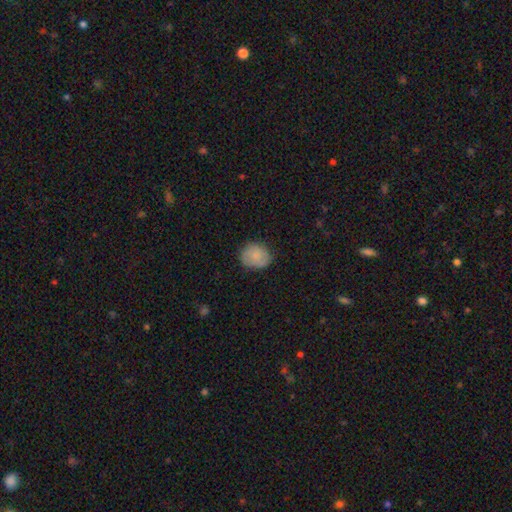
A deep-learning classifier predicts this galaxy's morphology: A smooth galaxy with no disk features (81%) that is round (69%).

Vote fractions:
- Smooth or featured? smooth: 81% / featured or disk: 12% / star or artifact: 7%
- How rounded? round: 69% / in between: 30% / cigar-shaped: 1%
- Merging? none: 75% / minor disturbance: 20% / major disturbance: 4% / merger: 1%